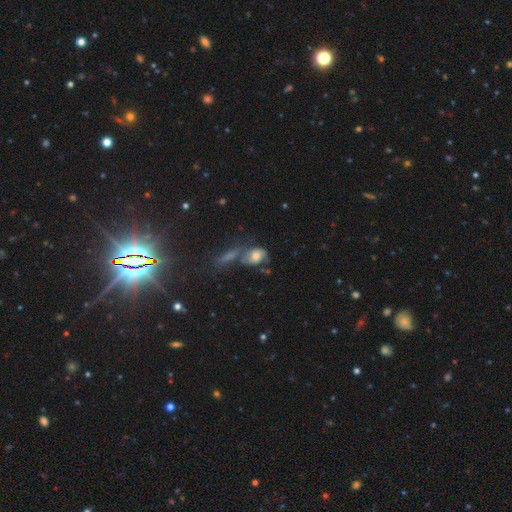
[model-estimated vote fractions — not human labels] This is possibly a smooth galaxy (55%). How rounded: likely in between (69%). Merging: marginally none (34%).